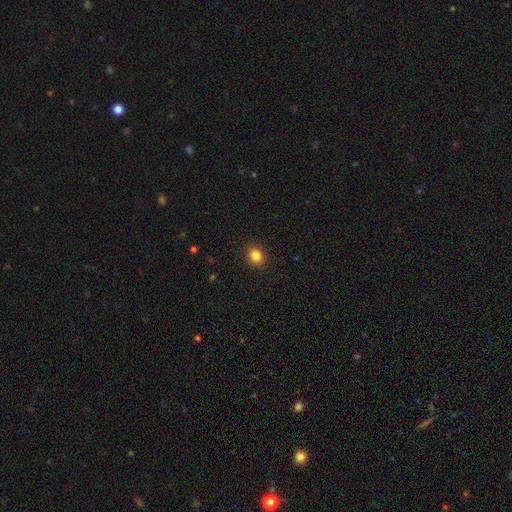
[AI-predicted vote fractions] The model was most divided on "how rounded": round: 70%, in between: 29%, cigar-shaped: 1%. More confident: merging — none (91%); smooth or featured — smooth (85%).